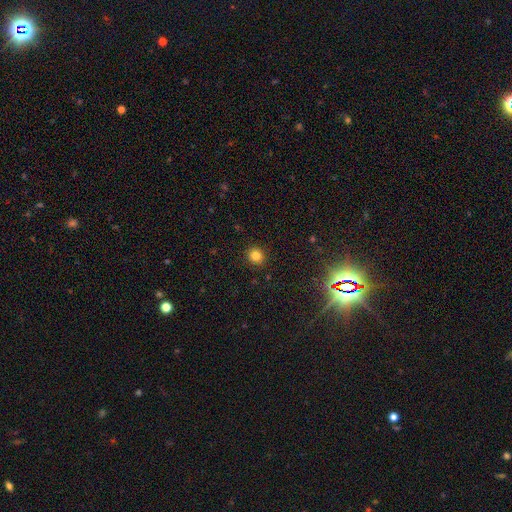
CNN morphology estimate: The model was most divided on "smooth or featured": smooth: 82%, star or artifact: 13%, featured or disk: 5%. More confident: merging — none (92%); how rounded — round (89%).